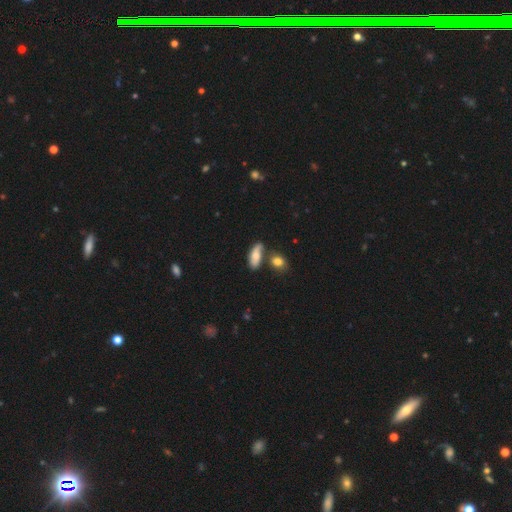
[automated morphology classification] type=smooth (63%); roundness=in between (77%); merging=none (53%).